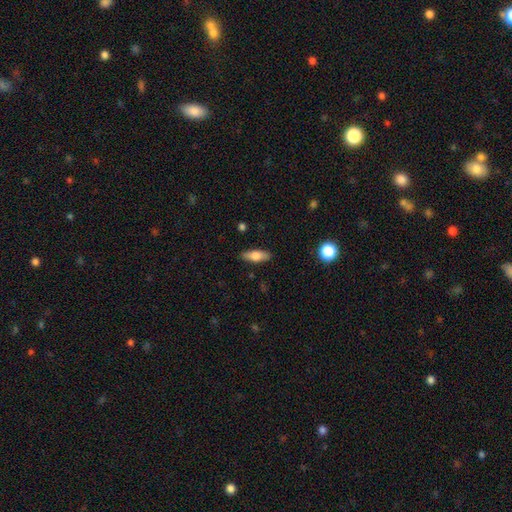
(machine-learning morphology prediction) Smooth or featured?
  - smooth: 71% *
  - featured or disk: 22%
  - star or artifact: 7%
How rounded?
  - in between: 68% *
  - cigar-shaped: 29%
  - round: 3%
Merging?
  - none: 87% *
  - minor disturbance: 10%
  - major disturbance: 2%
  - merger: 1%